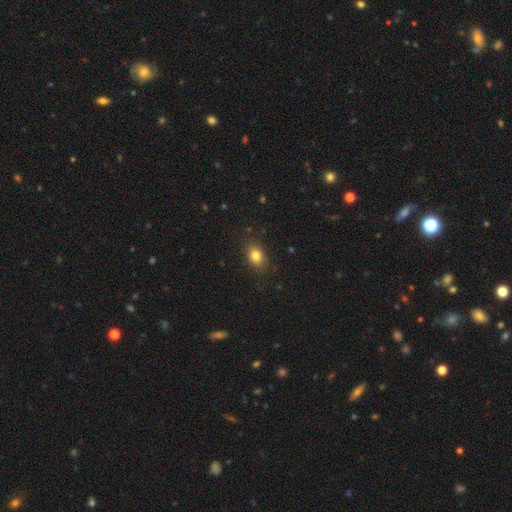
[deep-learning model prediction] Smooth or featured? smooth (82%)
How rounded? in between (71%)
Merging? none (84%)